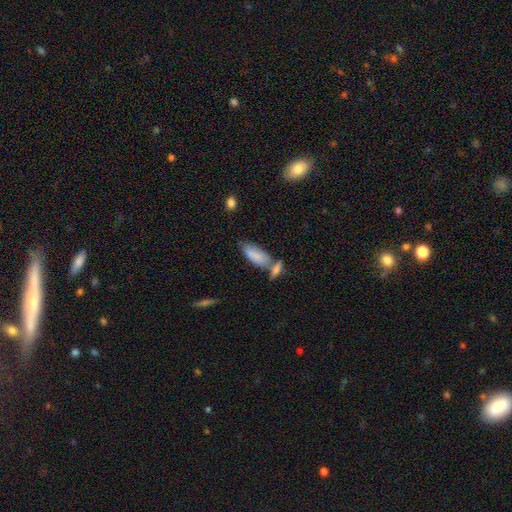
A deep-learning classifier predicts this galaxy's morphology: The model was most divided on "merging": none: 42%, merger: 36%, minor disturbance: 16%, major disturbance: 6%. More confident: smooth or featured — smooth (80%); how rounded — in between (80%).